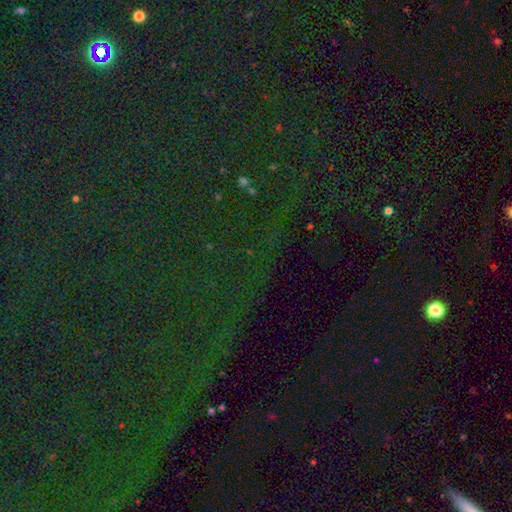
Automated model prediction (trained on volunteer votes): Smooth or featured? star or artifact (84%)